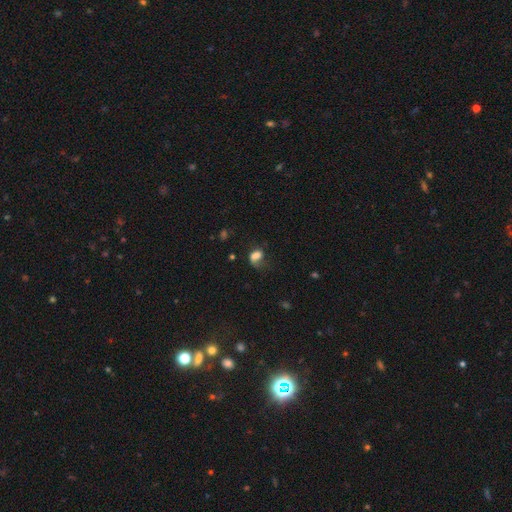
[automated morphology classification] A smooth galaxy with no disk features (69%) that is in between round and cigar-shaped (76%). Merging: major disturbance (39%).